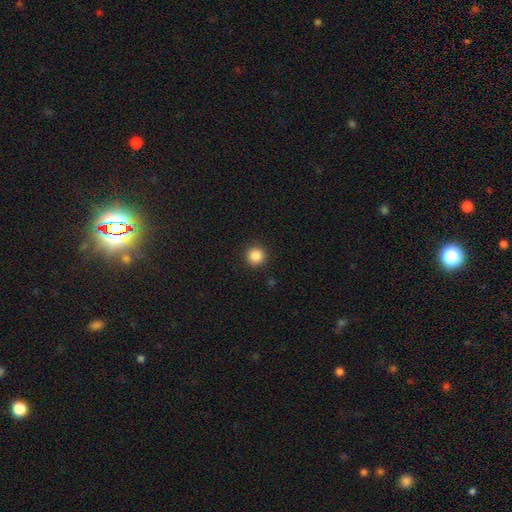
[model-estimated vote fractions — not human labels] smooth 86%, star or artifact 10%, featured or disk 3%. Down the decision tree: how rounded — round (95%); merging — none (92%).